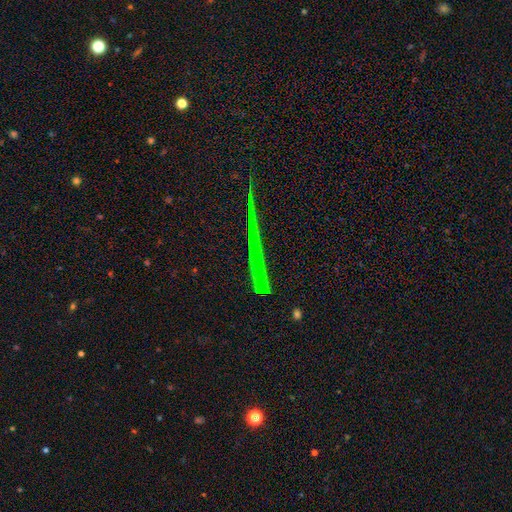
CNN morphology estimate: Smooth or featured? Predicted: featured or disk (p=0.43). Merging? Predicted: none (p=0.85).